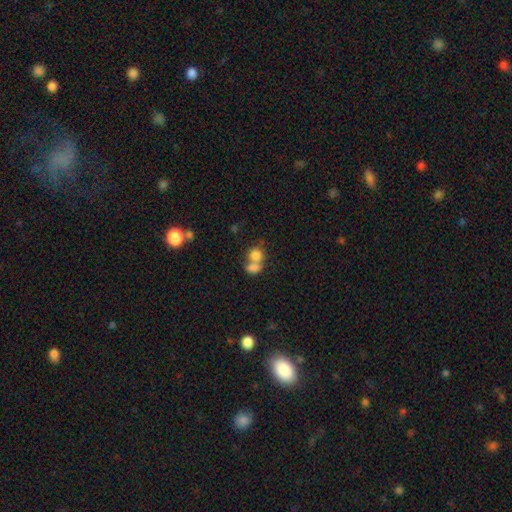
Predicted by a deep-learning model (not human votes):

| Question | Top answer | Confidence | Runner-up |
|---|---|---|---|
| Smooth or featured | smooth | 80% | featured or disk (11%) |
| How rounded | round | 65% | in between (33%) |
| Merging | merger | 61% | none (28%) |